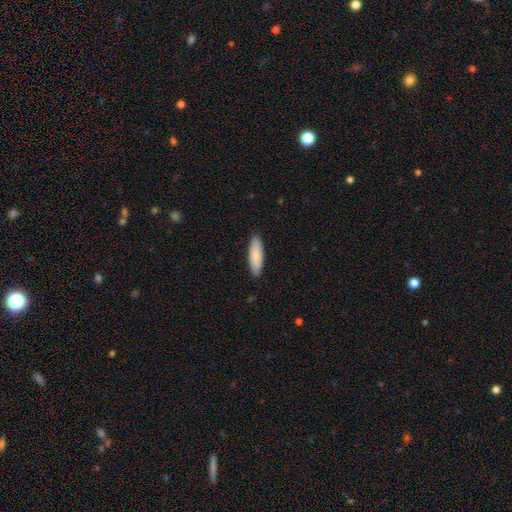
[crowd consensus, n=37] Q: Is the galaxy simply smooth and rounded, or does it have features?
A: smooth — 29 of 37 (78%).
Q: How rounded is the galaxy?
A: cigar-shaped — 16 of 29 (55%).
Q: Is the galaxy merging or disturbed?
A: none — 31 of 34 (91%).